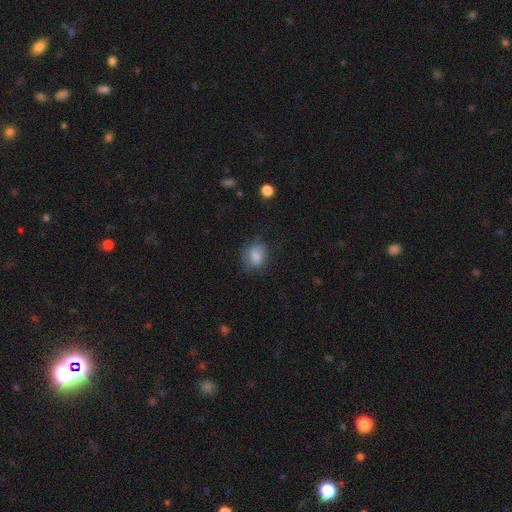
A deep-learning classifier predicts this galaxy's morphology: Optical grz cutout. It shows a smooth galaxy with no disk features (80%) that is round (55%). Merging: none (68%).